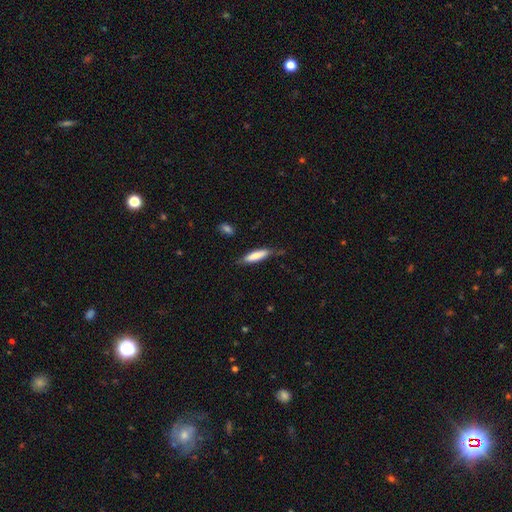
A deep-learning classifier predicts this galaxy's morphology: A smooth galaxy with no disk features (74%) that is cigar-shaped (73%). Merging: none (72%).